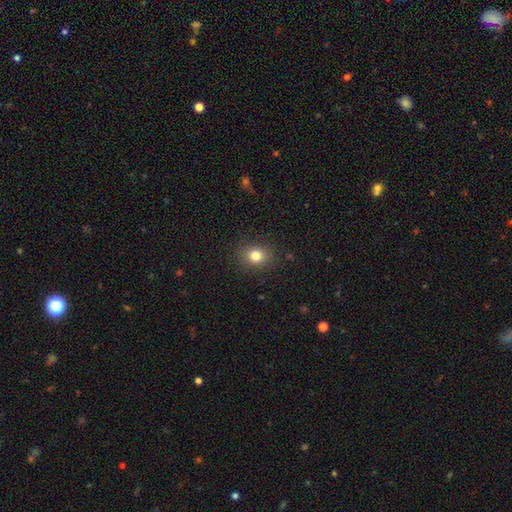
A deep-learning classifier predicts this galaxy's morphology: A smooth galaxy with no disk features (80%) that is round (65%). Merging: none (88%).